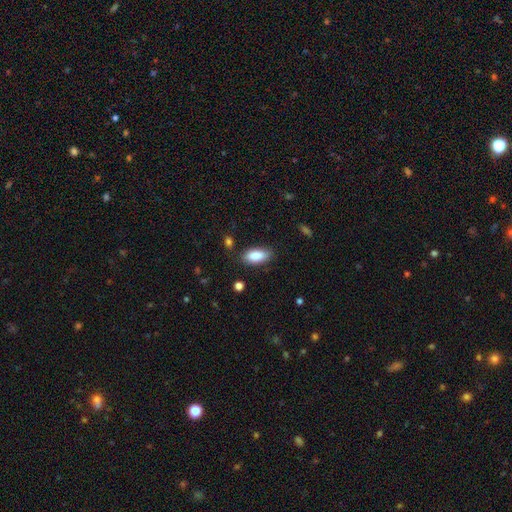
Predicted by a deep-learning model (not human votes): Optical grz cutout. It shows a smooth galaxy with no disk features (87%) that is in between round and cigar-shaped (87%). Merging: none (82%).